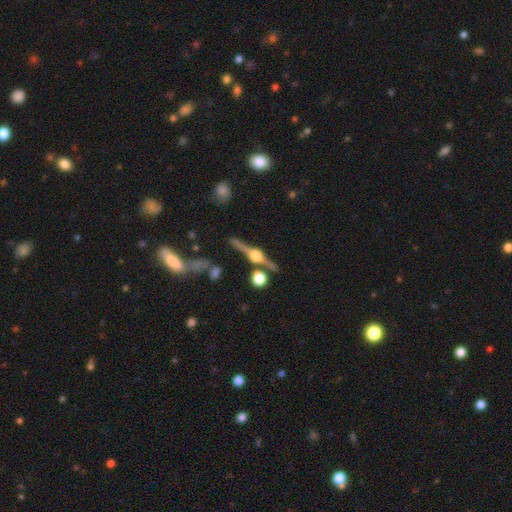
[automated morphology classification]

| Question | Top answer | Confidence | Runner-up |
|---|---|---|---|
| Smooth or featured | featured or disk | 86% | smooth (7%) |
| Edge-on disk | yes | 97% | no (3%) |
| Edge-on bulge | rounded | 94% | boxy (4%) |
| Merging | none | 84% | minor disturbance (8%) |